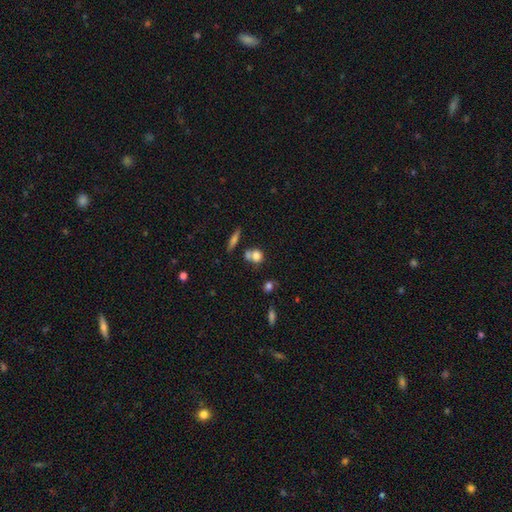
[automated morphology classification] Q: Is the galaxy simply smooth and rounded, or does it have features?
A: smooth — 75%.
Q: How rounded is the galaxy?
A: round — 71%.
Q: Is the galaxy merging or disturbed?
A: none — 54%.